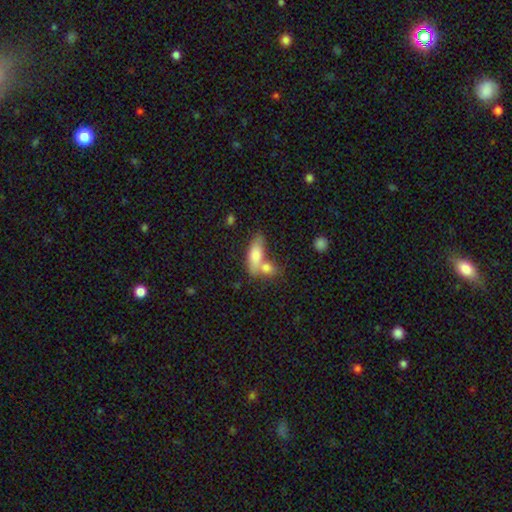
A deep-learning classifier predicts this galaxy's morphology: This is likely a smooth galaxy (77%). How rounded: likely in between (75%). Merging: possibly merger (48%).